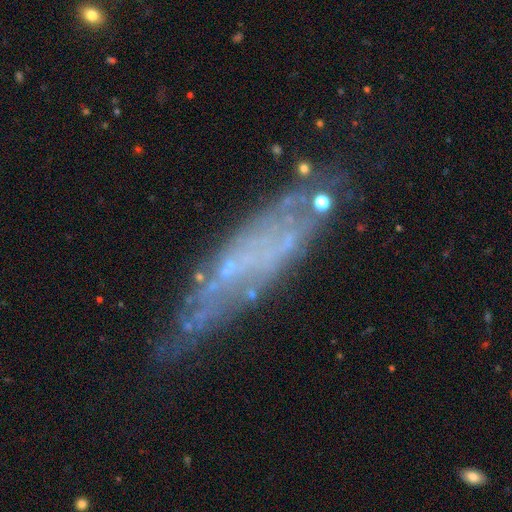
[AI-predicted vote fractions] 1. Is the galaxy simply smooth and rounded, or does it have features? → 57% featured or disk, 29% smooth, 14% star or artifact.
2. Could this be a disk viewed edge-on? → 60% no, 40% yes.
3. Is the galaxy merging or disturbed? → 63% none, 22% minor disturbance, 11% major disturbance, 5% merger.